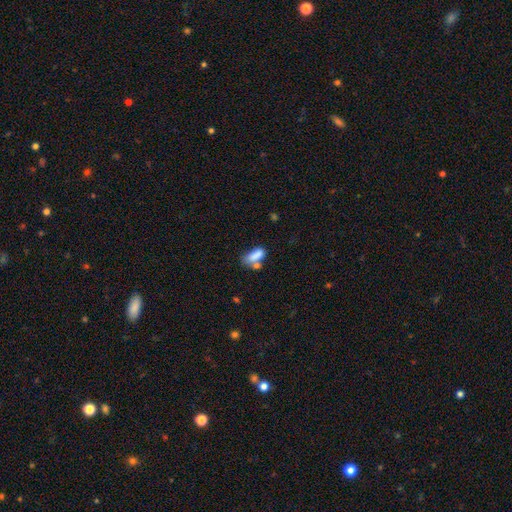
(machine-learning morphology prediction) smooth-or-featured: smooth: 79% | featured or disk: 11% | star or artifact: 10%
  how-rounded: in between: 78% | cigar-shaped: 17% | round: 4%
  merging: none: 38% | merger: 34% | minor disturbance: 18% | major disturbance: 10%